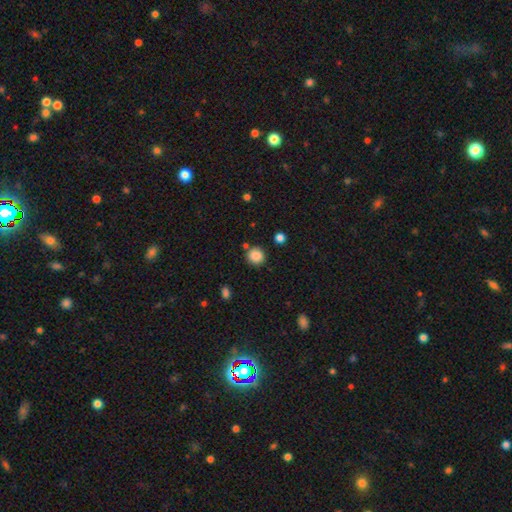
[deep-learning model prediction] The model was most divided on "merging": none: 83%, minor disturbance: 9%, merger: 5%, major disturbance: 3%. More confident: how rounded — round (93%); smooth or featured — smooth (87%).